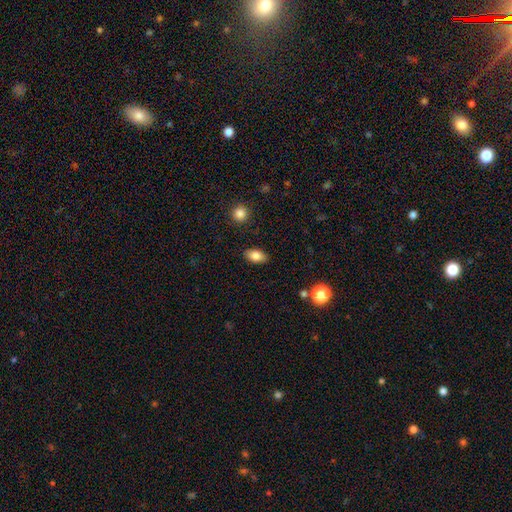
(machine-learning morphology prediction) smooth-or-featured: smooth: 83% | featured or disk: 9% | star or artifact: 8%
  how-rounded: in between: 88% | round: 10% | cigar-shaped: 3%
  merging: none: 86% | minor disturbance: 10% | major disturbance: 3% | merger: 1%